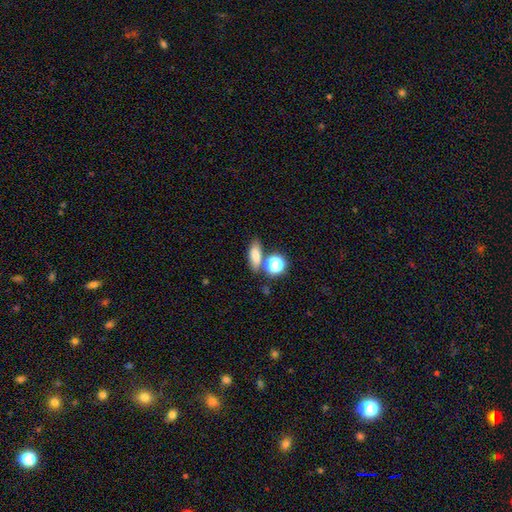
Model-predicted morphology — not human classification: A smooth galaxy with no disk features (75%) that is in between round and cigar-shaped (65%). Merging: none (65%).